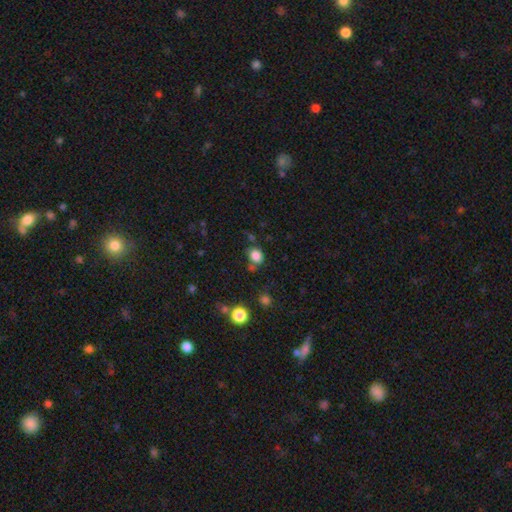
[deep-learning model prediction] Smooth or featured? Predicted: smooth (p=0.82). How rounded? Predicted: round (p=0.55). Merging? Predicted: none (p=0.65).